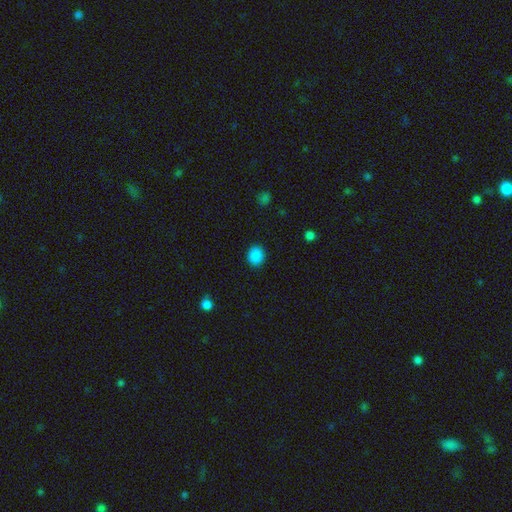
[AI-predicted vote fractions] This appears to be a smooth galaxy with no disk features (88%) that is round (66%). Merging: none (90%).